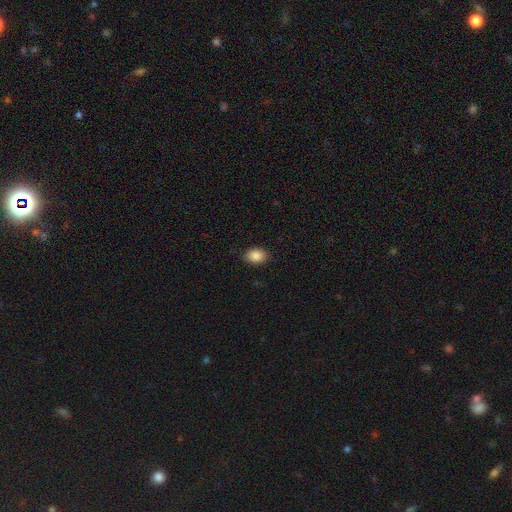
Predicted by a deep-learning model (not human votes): A smooth galaxy with no disk features (88%) that is in between round and cigar-shaped (80%).

Vote fractions:
- Smooth or featured? smooth: 88% / star or artifact: 8% / featured or disk: 4%
- How rounded? in between: 80% / round: 19% / cigar-shaped: 1%
- Merging? none: 87% / minor disturbance: 9% / major disturbance: 2% / merger: 1%